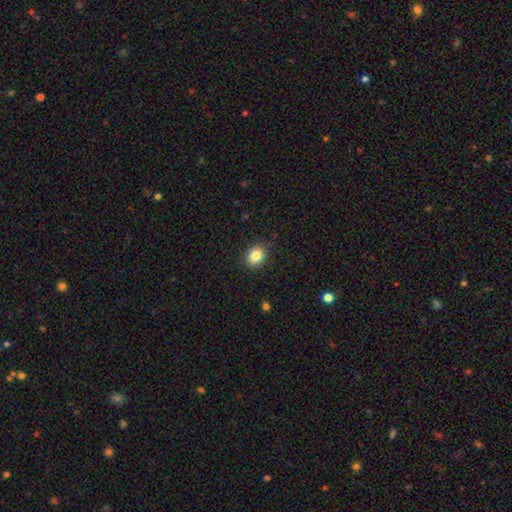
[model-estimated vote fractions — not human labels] This is clearly a smooth galaxy (84%). How rounded: possibly round (52%). Merging: clearly none (87%).